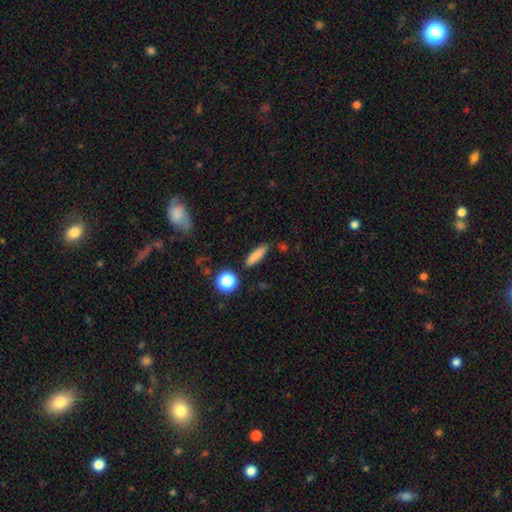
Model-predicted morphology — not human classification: This appears to be a smooth galaxy with no disk features (81%) that is cigar-shaped (67%). Merging: none (84%).